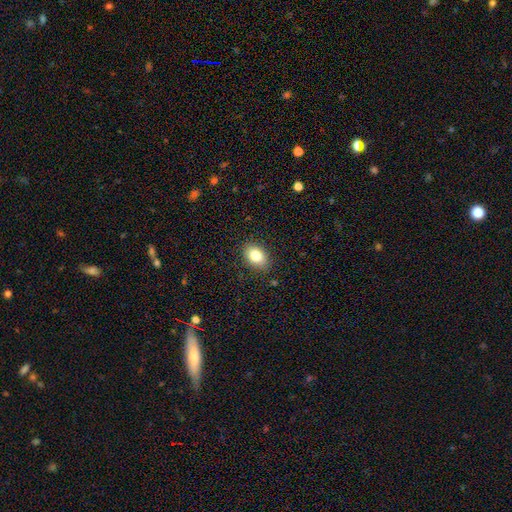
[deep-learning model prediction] smooth 82%, featured or disk 9%, star or artifact 9%. Down the decision tree: how rounded — in between (79%); merging — none (87%).